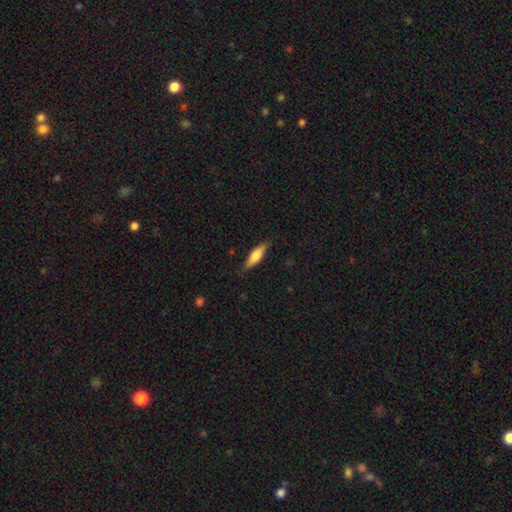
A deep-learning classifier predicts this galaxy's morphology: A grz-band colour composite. It shows a smooth galaxy with no disk features (59%) that is cigar-shaped (56%). Merging: none (80%).